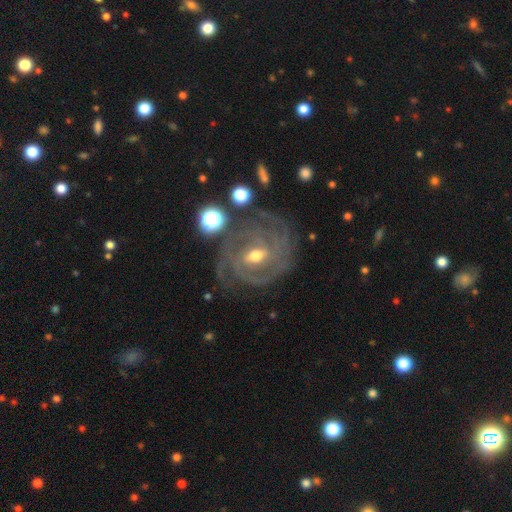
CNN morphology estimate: Smooth or featured: featured or disk — 87% (star or artifact — 7%)
Edge-on disk: no — 97% (yes — 3%)
Bar: weak — 53% (strong — 24%)
Spiral arms: yes — 94% (no — 6%)
Spiral winding: tight — 61% (medium — 31%)
Spiral arm count: can't tell — 31% (3 — 24%)
Bulge size: moderate — 62% (small — 32%)
Merging: none — 68% (minor disturbance — 17%)